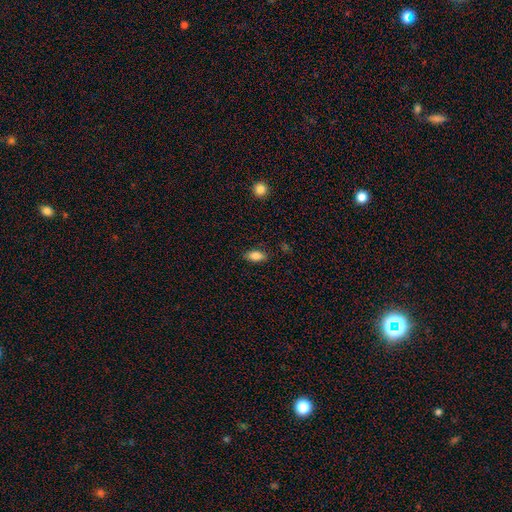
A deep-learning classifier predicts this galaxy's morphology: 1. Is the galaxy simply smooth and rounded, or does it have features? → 84% smooth, 8% star or artifact, 8% featured or disk.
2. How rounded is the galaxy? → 88% in between, 8% cigar-shaped, 4% round.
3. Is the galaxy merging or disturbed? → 85% none, 11% minor disturbance, 3% major disturbance, 1% merger.